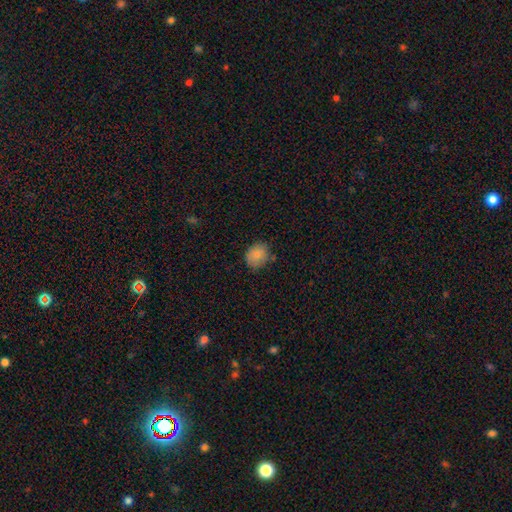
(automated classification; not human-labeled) Overall: smooth (84%). How rounded: round (65%; in between 34%). Merging: none (73%).